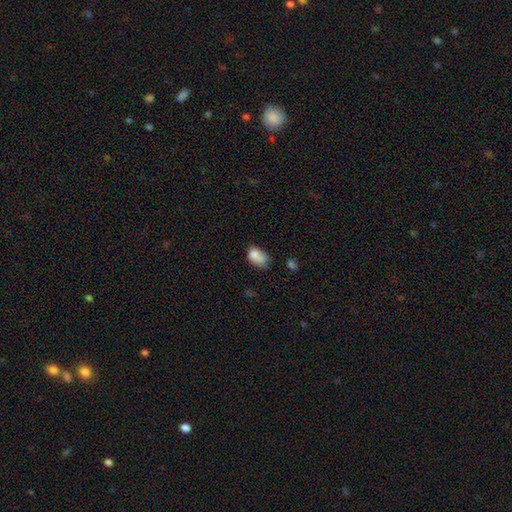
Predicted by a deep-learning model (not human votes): Smooth or featured? smooth (79%)
How rounded? in between (82%)
Merging? none (36%)